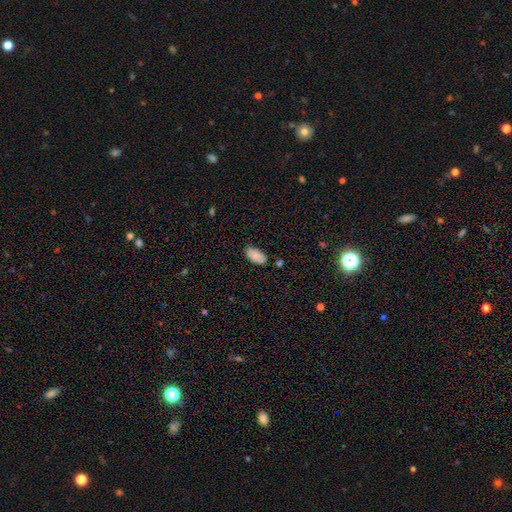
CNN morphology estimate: Smooth or featured: smooth — 83% (featured or disk — 10%)
How rounded: in between — 95% (cigar-shaped — 3%)
Merging: none — 79% (minor disturbance — 16%)